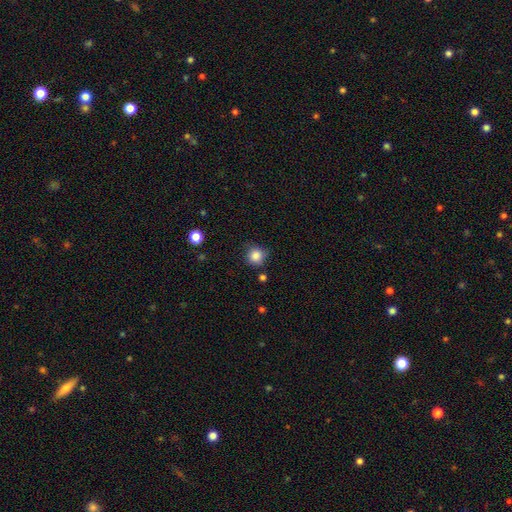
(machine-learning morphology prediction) A smooth galaxy with no disk features (85%) that is round (91%).

Vote fractions:
- Smooth or featured? smooth: 85% / star or artifact: 10% / featured or disk: 4%
- How rounded? round: 91% / in between: 8% / cigar-shaped: 1%
- Merging? none: 77% / minor disturbance: 16% / major disturbance: 4% / merger: 3%